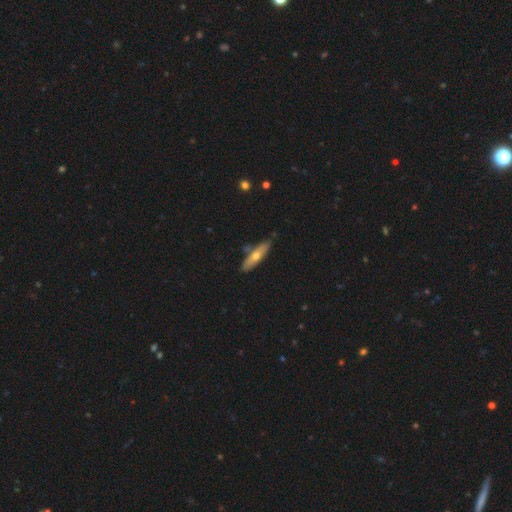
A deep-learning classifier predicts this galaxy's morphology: This appears to be a smooth galaxy with no disk features (54%) that is cigar-shaped (70%). Merging: none (80%).